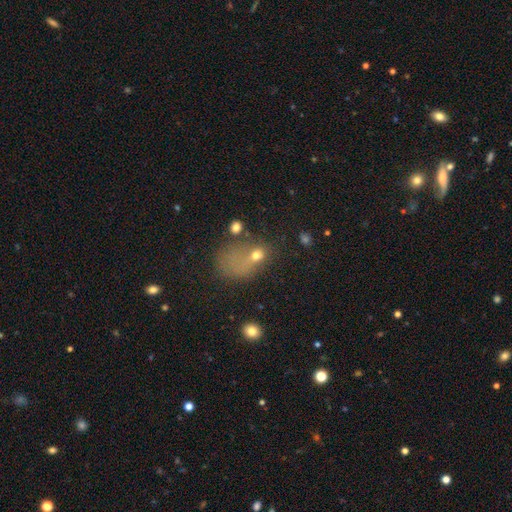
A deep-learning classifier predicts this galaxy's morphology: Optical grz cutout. It shows a smooth galaxy with no disk features (61%) that is in between round and cigar-shaped (60%). Merging: major disturbance (44%).